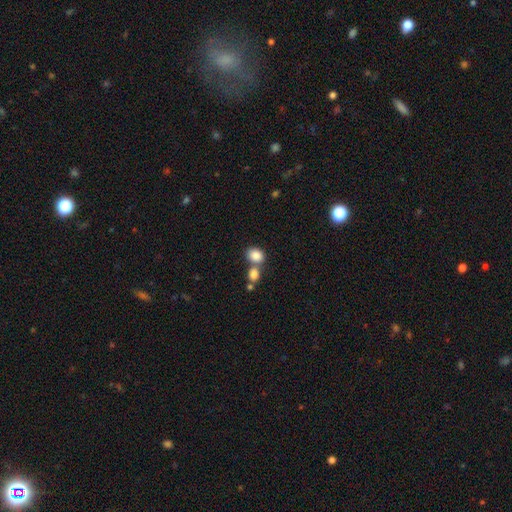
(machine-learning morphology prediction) Smooth or featured? Predicted: smooth (p=0.85). How rounded? Predicted: in between (p=0.58). Merging? Predicted: none (p=0.44, tied with merger).